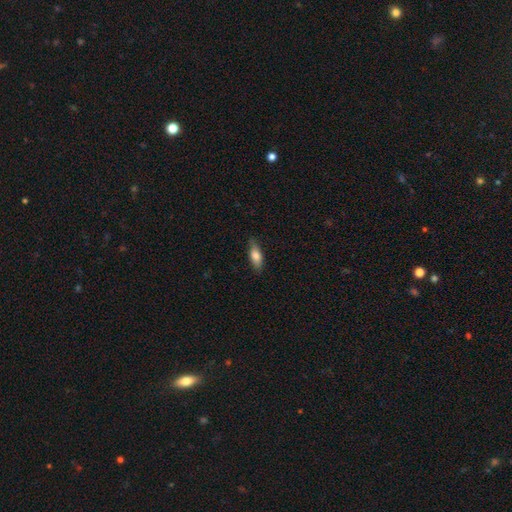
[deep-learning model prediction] A smooth galaxy with no disk features (74%) that is in between round and cigar-shaped (67%). Merging: none (79%).